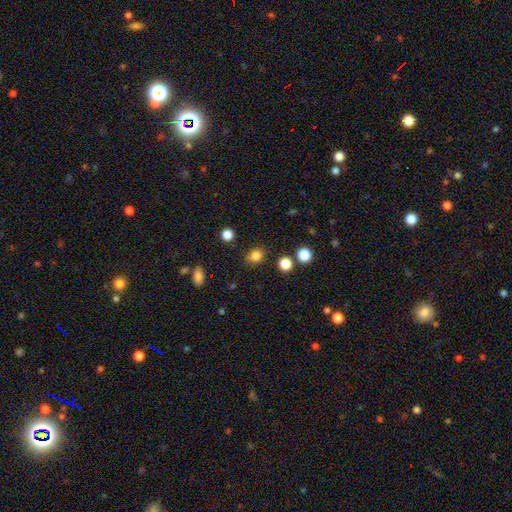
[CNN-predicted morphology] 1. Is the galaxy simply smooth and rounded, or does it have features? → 83% smooth, 13% star or artifact, 4% featured or disk.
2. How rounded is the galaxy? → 68% round, 31% in between, 1% cigar-shaped.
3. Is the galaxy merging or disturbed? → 85% none, 9% minor disturbance, 3% major disturbance, 3% merger.